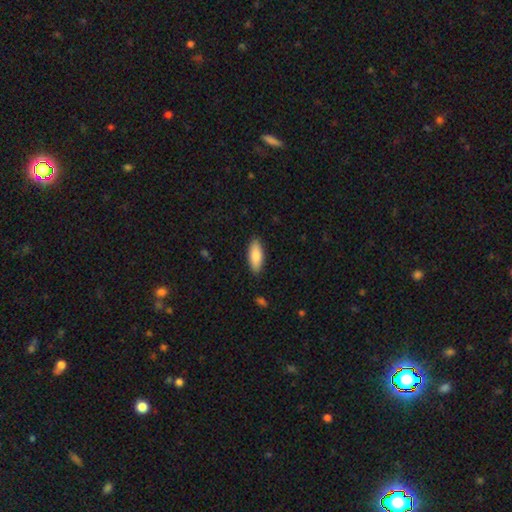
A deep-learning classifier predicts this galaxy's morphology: A smooth galaxy with no disk features (85%) that is in between round and cigar-shaped (75%). Merging: none (88%).